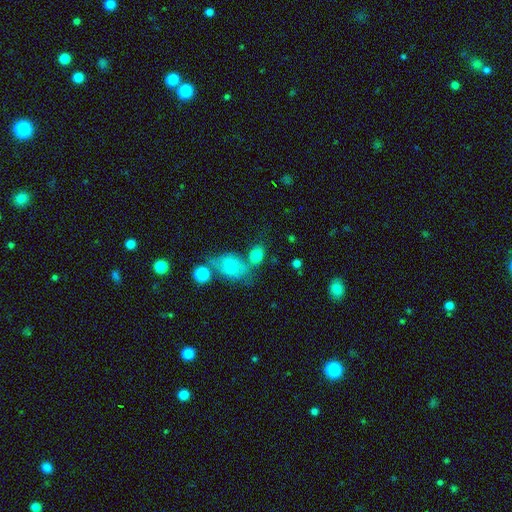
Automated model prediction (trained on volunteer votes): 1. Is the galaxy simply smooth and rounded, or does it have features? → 75% smooth, 15% featured or disk, 10% star or artifact.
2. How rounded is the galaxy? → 66% in between, 32% round, 2% cigar-shaped.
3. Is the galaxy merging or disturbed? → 42% none, 33% merger, 16% minor disturbance, 9% major disturbance.